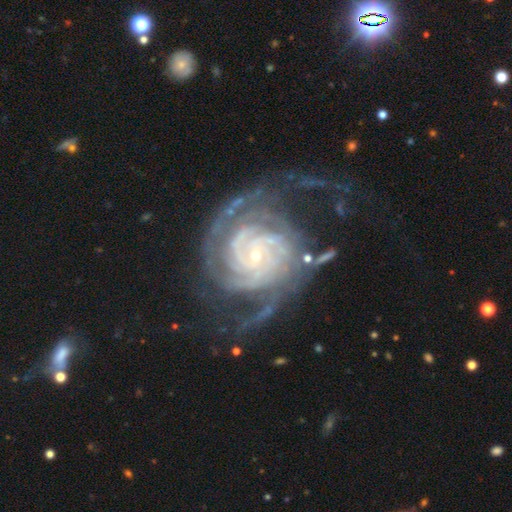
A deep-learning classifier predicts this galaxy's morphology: Smooth or featured? featured or disk (92%)
Edge-on disk? no (98%)
Bar? no (68%)
Spiral arms? yes (98%)
Spiral winding? tight (76%)
Spiral arm count? 4 (25%)
Bulge size? small (84%)
Merging? none (56%)